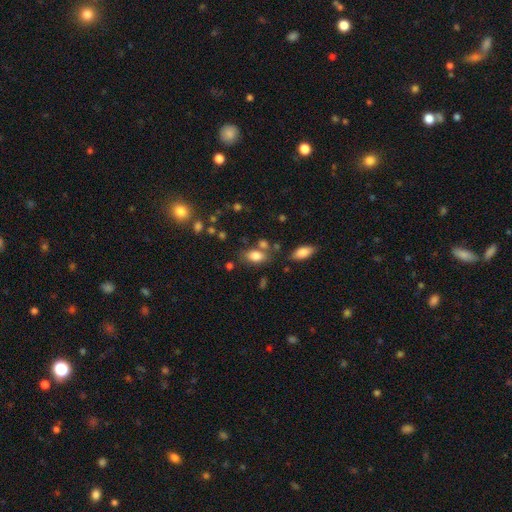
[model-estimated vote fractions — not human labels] A smooth galaxy with no disk features (81%) that is in between round and cigar-shaped (88%).

Vote fractions:
- Smooth or featured? smooth: 81% / star or artifact: 9% / featured or disk: 9%
- How rounded? in between: 88% / round: 9% / cigar-shaped: 3%
- Merging? none: 65% / minor disturbance: 16% / merger: 14% / major disturbance: 5%